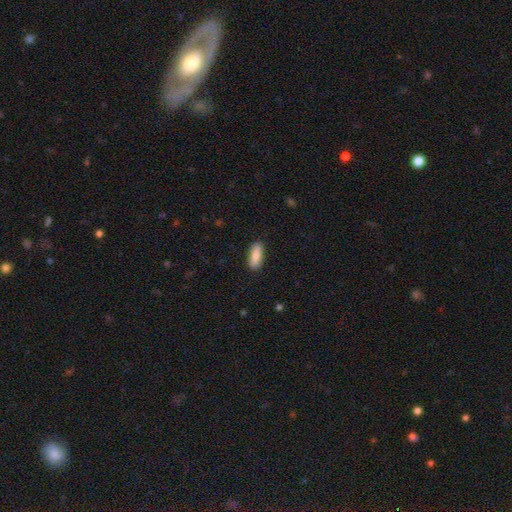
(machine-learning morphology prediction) Overall: smooth (88%). How rounded: in between (66%; cigar-shaped 32%). Merging: none (87%).